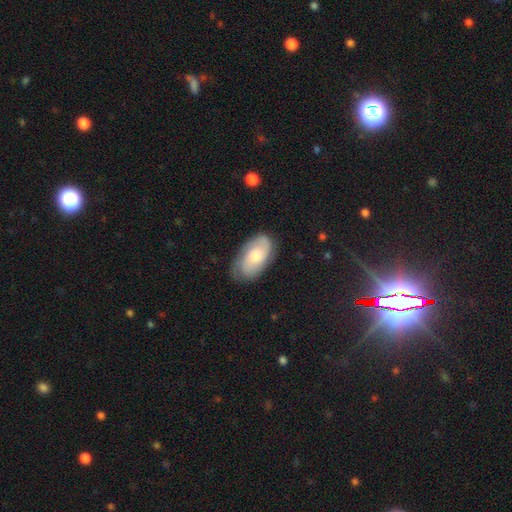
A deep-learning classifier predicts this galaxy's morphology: Smooth or featured? Predicted: smooth (p=0.47). Merging? Predicted: none (p=0.74).